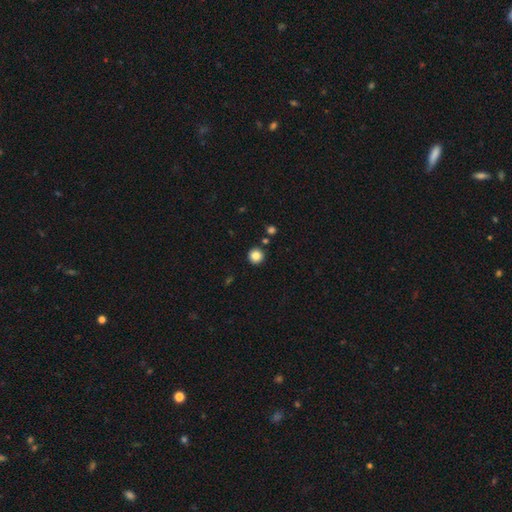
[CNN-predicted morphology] Overall: smooth (86%). How rounded: round (95%). Merging: none (90%).